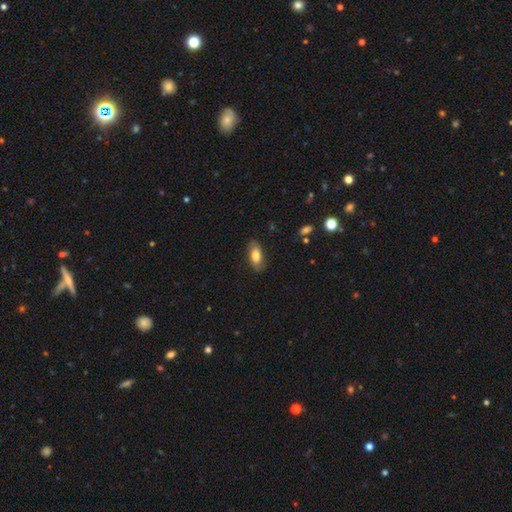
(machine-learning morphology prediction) Overall: smooth (71%). How rounded: in between (89%). Merging: none (81%).